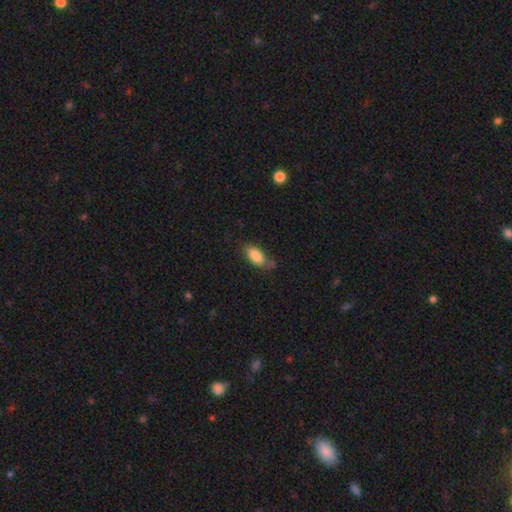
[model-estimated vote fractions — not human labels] smooth_or_featured: smooth (p=0.85) [alt: featured or disk p=0.08]
how_rounded: in between (p=0.90) [alt: cigar-shaped p=0.07]
merging: none (p=0.57) [alt: minor disturbance p=0.30]